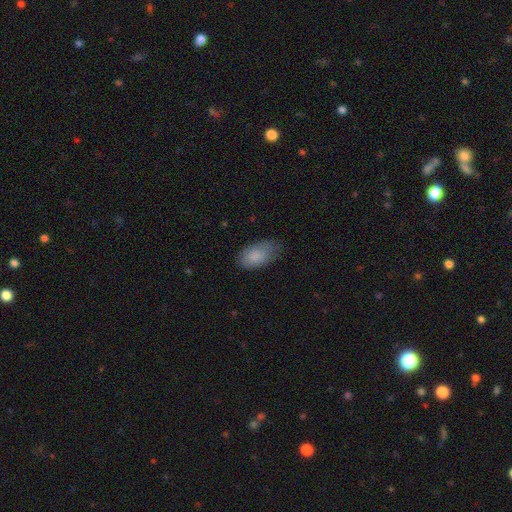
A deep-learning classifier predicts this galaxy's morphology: Overall: smooth (85%). How rounded: in between (94%). Merging: none (63%; minor disturbance 29%).